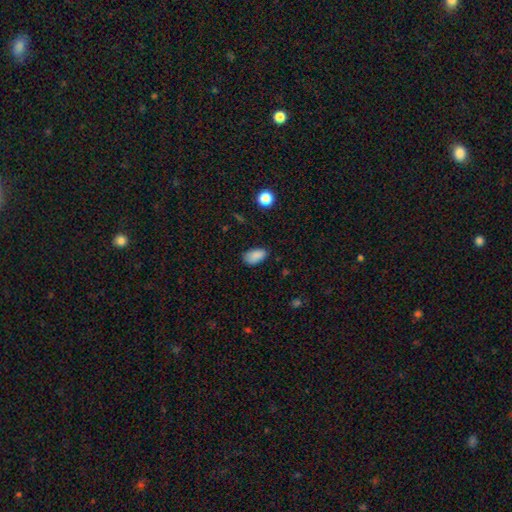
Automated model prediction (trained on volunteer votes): Smooth or featured? Predicted: smooth (p=0.86). How rounded? Predicted: in between (p=0.93). Merging? Predicted: none (p=0.74).